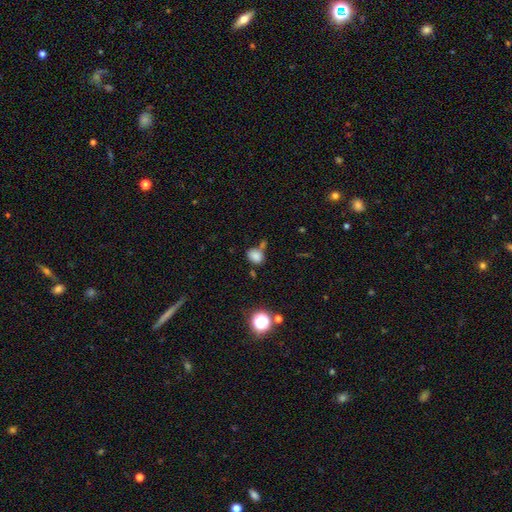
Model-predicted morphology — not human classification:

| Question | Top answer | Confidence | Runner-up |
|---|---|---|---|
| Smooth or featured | smooth | 81% | star or artifact (13%) |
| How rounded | in between | 63% | round (36%) |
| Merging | none | 56% | merger (20%) |